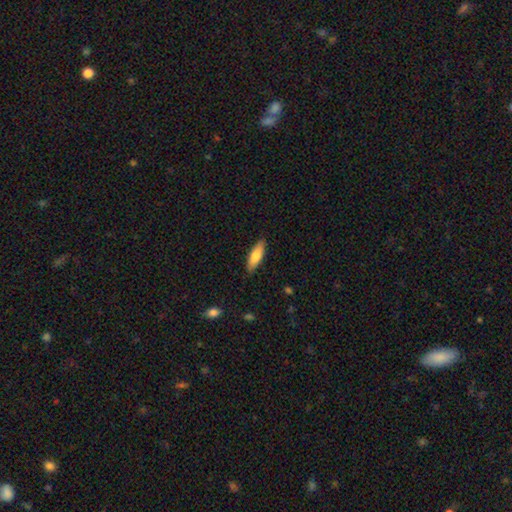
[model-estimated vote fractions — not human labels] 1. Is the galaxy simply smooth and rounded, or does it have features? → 78% smooth, 17% featured or disk, 6% star or artifact.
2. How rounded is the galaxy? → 54% in between, 44% cigar-shaped, 2% round.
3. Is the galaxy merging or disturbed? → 86% none, 11% minor disturbance, 2% major disturbance, 1% merger.